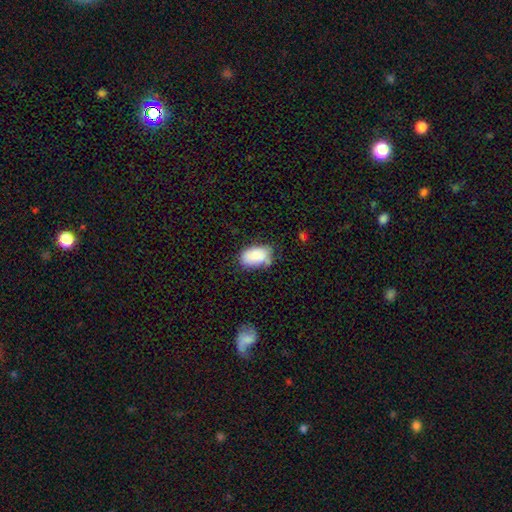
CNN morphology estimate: This appears to be a smooth galaxy with no disk features (84%) that is in between round and cigar-shaped (91%). Merging: none (57%).